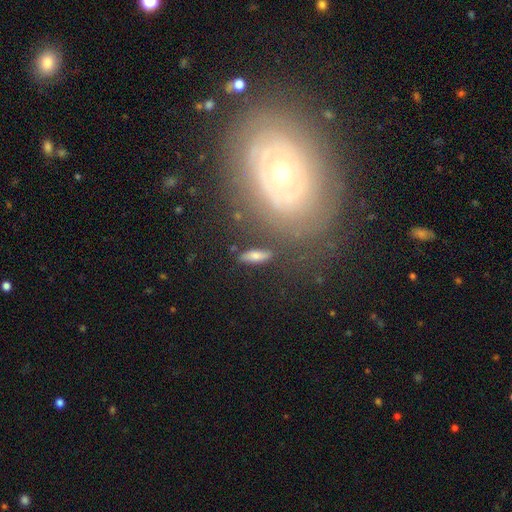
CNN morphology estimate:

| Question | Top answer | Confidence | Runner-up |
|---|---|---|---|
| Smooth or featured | smooth | 65% | featured or disk (25%) |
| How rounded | cigar-shaped | 50% | in between (45%) |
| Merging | none | 82% | minor disturbance (11%) |